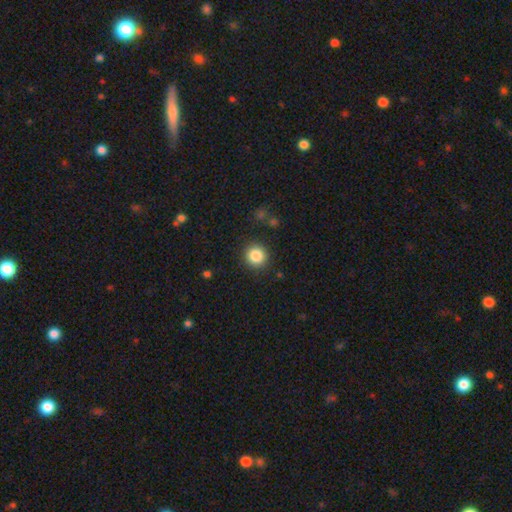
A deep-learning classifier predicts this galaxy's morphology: type=smooth (85%); roundness=round (93%); merging=none (89%).